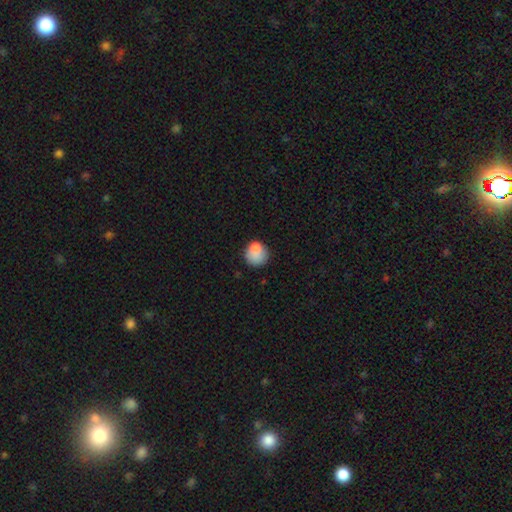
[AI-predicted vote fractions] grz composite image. It shows a smooth galaxy with no disk features (78%) that is round (82%). Merging: none (55%).